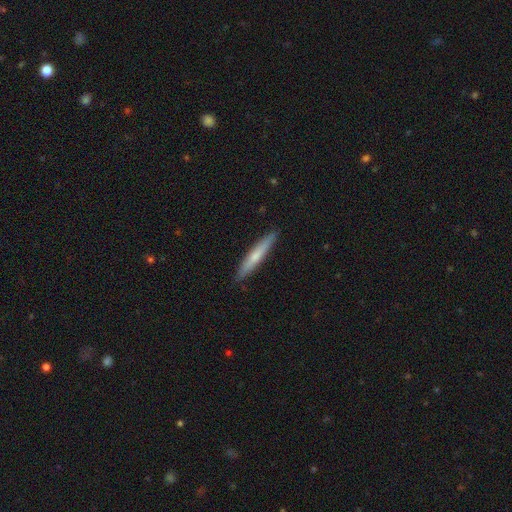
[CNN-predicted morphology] Smooth or featured? Predicted: smooth (p=0.57). How rounded? Predicted: cigar-shaped (p=0.94). Merging? Predicted: none (p=0.90).